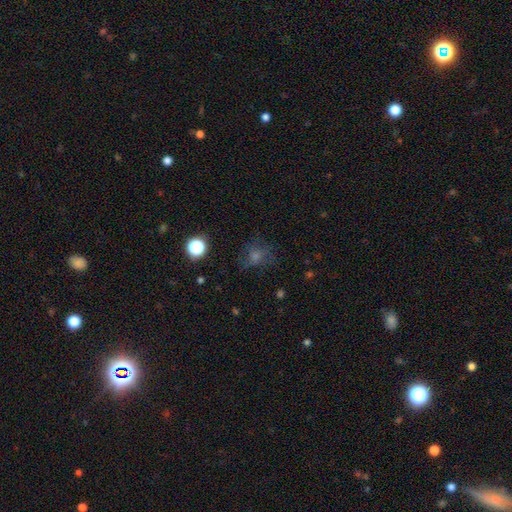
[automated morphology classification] A smooth galaxy with no disk features (45%). Merging: none (65%).